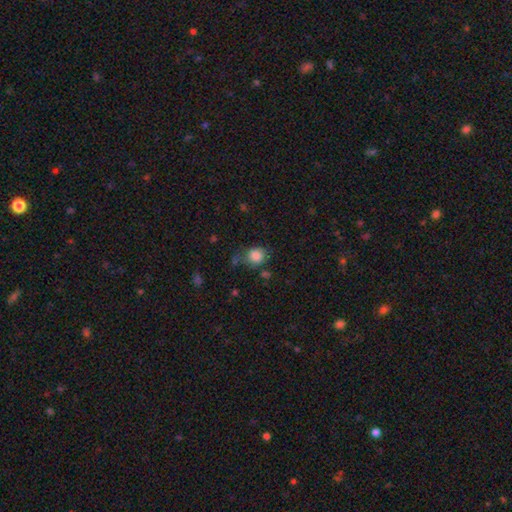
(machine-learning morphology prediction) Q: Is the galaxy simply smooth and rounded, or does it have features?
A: smooth — 84%.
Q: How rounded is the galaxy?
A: round — 69%.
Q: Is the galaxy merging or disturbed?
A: none — 60%.